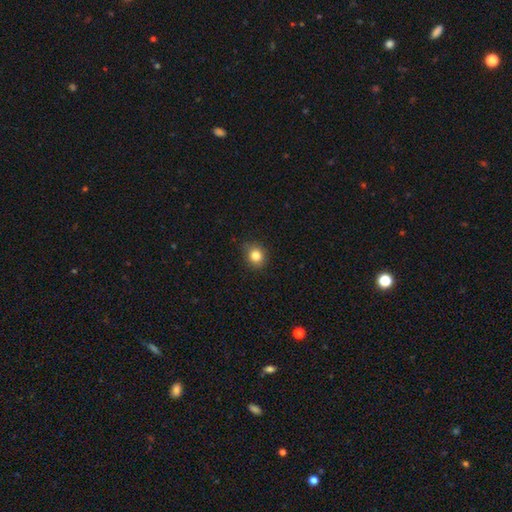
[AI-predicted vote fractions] The model was most divided on "how rounded": round: 78%, in between: 21%, cigar-shaped: 1%. More confident: merging — none (85%); smooth or featured — smooth (82%).